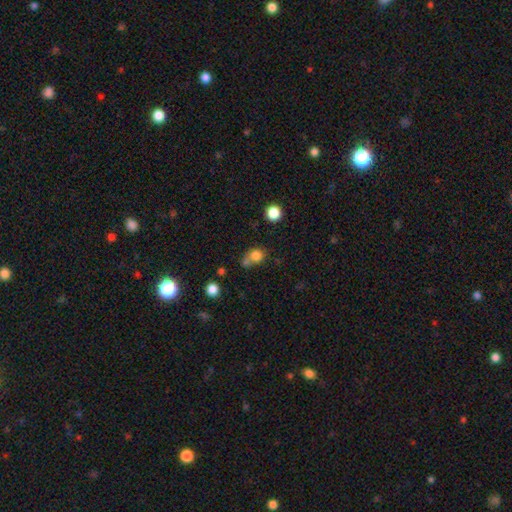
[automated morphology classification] A smooth galaxy with no disk features (78%) that is round (72%). Merging: merger (41%).